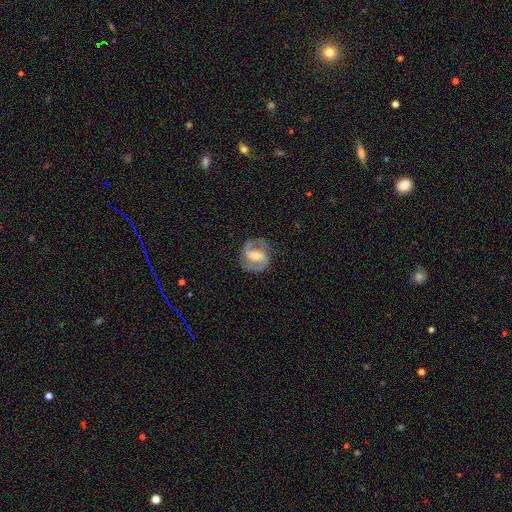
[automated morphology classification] smooth_or_featured: featured or disk (p=0.90) [alt: smooth p=0.06]
disk_edge_on: no (p=0.98) [alt: yes p=0.02]
bar: strong (p=0.48) [alt: weak p=0.36]
has_spiral_arms: yes (p=0.97) [alt: no p=0.03]
spiral_winding: medium (p=0.58) [alt: tight p=0.28]
spiral_arm_count: 2 (p=0.93) [alt: can't tell p=0.02]
bulge_size: moderate (p=0.50) [alt: small p=0.43]
merging: none (p=0.84) [alt: minor disturbance p=0.11]